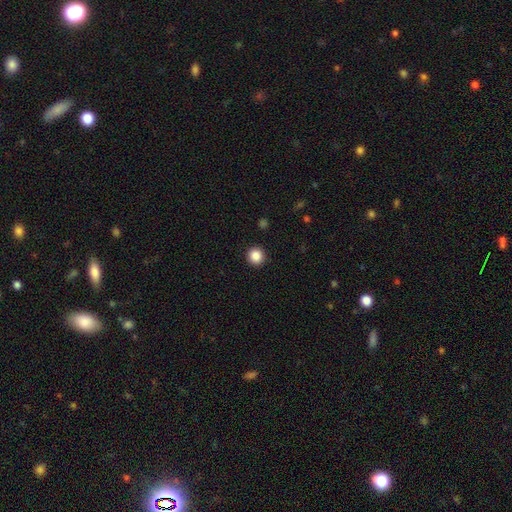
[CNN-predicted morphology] smooth_or_featured: smooth (p=0.87) [alt: star or artifact p=0.10]
how_rounded: round (p=0.93) [alt: in between p=0.06]
merging: none (p=0.92) [alt: minor disturbance p=0.05]